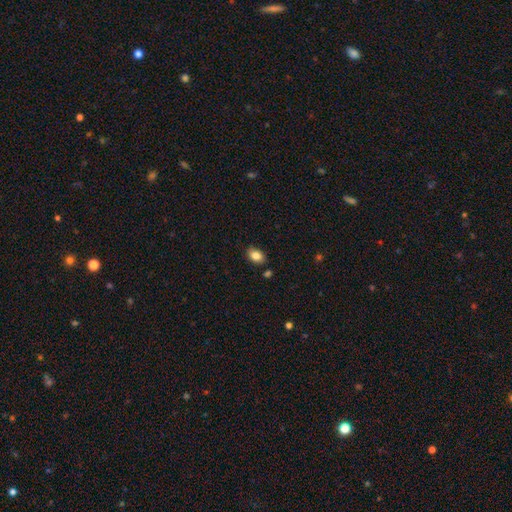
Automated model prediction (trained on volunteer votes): Smooth or featured? Predicted: smooth (p=0.84). How rounded? Predicted: in between (p=0.84). Merging? Predicted: none (p=0.83).